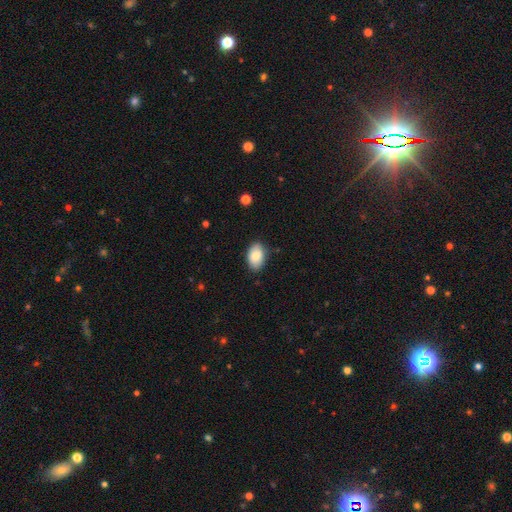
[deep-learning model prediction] This is clearly a smooth galaxy (82%). How rounded: clearly in between (92%). Merging: clearly none (84%).